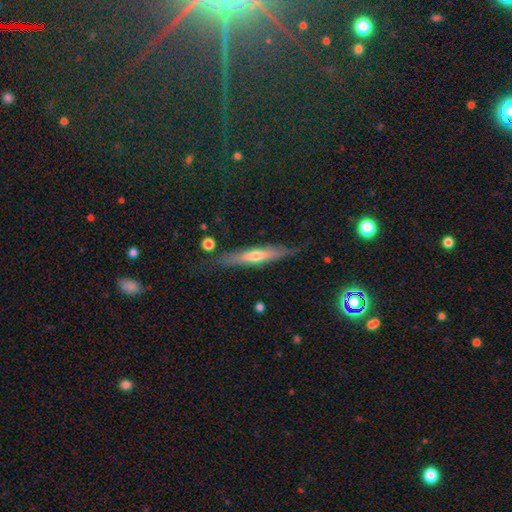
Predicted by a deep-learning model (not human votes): featured or disk 55%, smooth 37%, star or artifact 8%. Down the decision tree: edge-on disk — yes (90%); merging — none (79%).